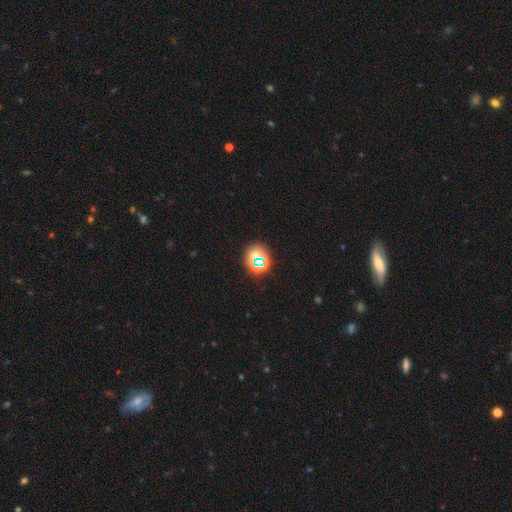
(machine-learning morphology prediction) A star or artifact, not a galaxy (53%).

Vote fractions:
- Smooth or featured? star or artifact: 53% / smooth: 36% / featured or disk: 11%